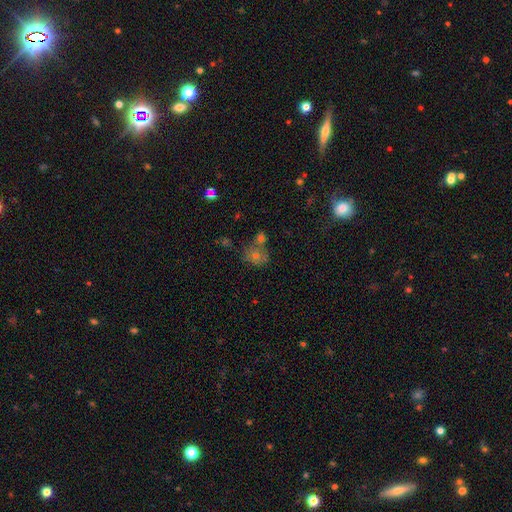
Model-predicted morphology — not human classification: The model was most divided on "merging": none: 50%, merger: 30%, minor disturbance: 13%, major disturbance: 7%. More confident: how rounded — round (78%); smooth or featured — smooth (57%).